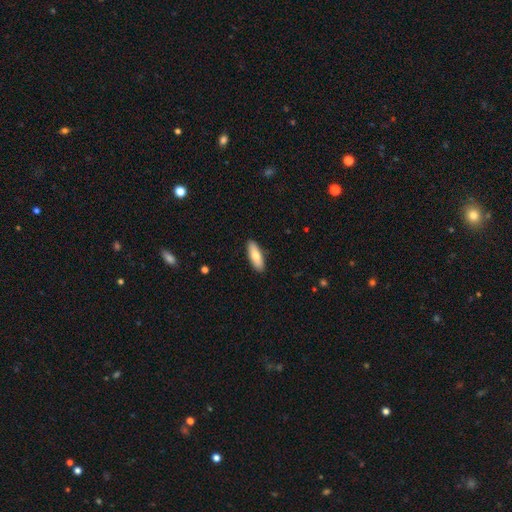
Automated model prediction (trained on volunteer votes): Smooth or featured: smooth — 74% (featured or disk — 20%)
How rounded: in between — 58% (cigar-shaped — 40%)
Merging: none — 90% (minor disturbance — 8%)